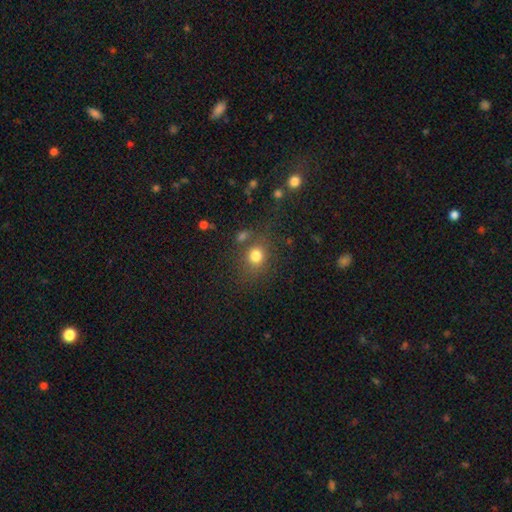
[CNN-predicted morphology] A smooth galaxy with no disk features (78%) that is round (74%). Merging: none (72%).